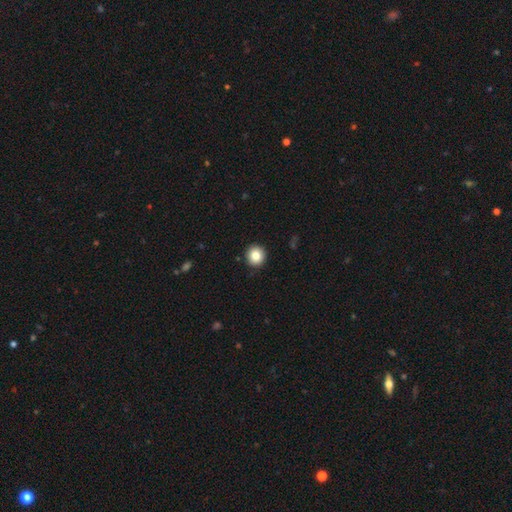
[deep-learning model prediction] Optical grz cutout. It shows a smooth galaxy with no disk features (84%) that is round (93%). Merging: none (93%).